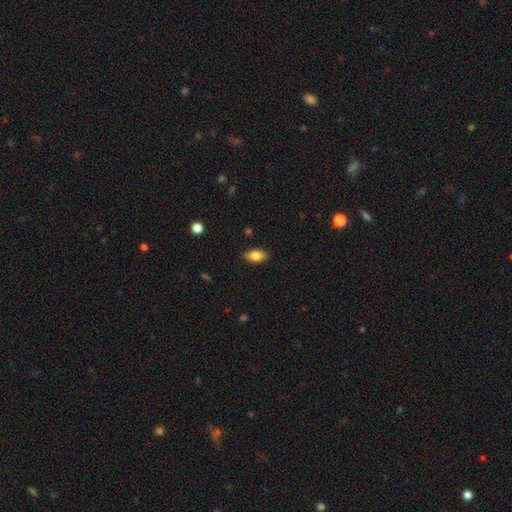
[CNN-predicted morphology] Smooth or featured: smooth — 81% (featured or disk — 11%)
How rounded: in between — 90% (round — 6%)
Merging: none — 88% (minor disturbance — 9%)